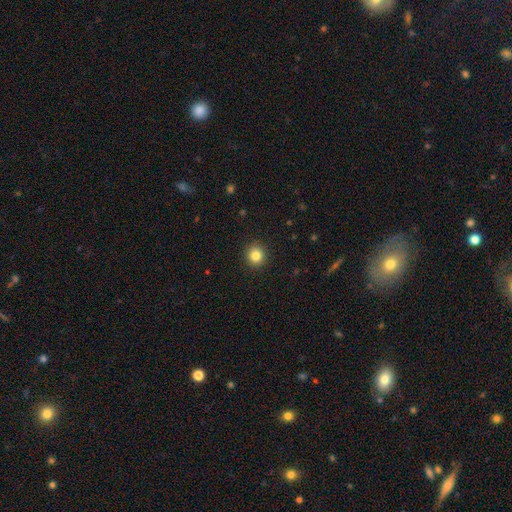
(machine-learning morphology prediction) Smooth or featured?
  - smooth: 83% *
  - star or artifact: 11%
  - featured or disk: 6%
How rounded?
  - round: 90% *
  - in between: 9%
  - cigar-shaped: 1%
Merging?
  - none: 92% *
  - minor disturbance: 5%
  - major disturbance: 2%
  - merger: 1%